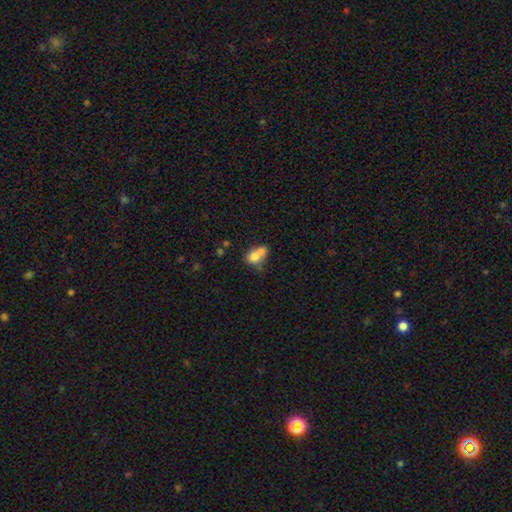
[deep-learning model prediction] This appears to be a smooth galaxy with no disk features (71%) that is round (57%). Merging: merger (64%).